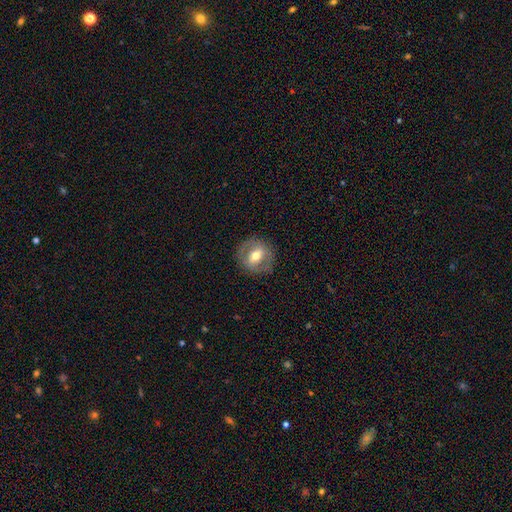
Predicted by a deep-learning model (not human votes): Smooth or featured? Predicted: featured or disk (p=0.54). Edge-on disk? Predicted: no (p=0.92). Merging? Predicted: none (p=0.83).